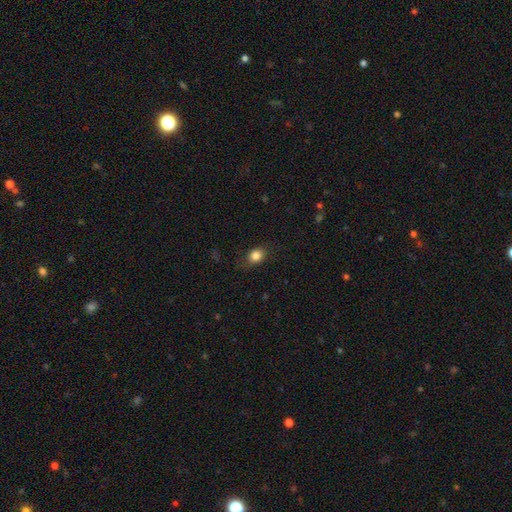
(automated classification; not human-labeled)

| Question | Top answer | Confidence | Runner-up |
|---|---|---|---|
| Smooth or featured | smooth | 83% | star or artifact (10%) |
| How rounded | in between | 56% | round (42%) |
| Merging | none | 78% | minor disturbance (16%) |